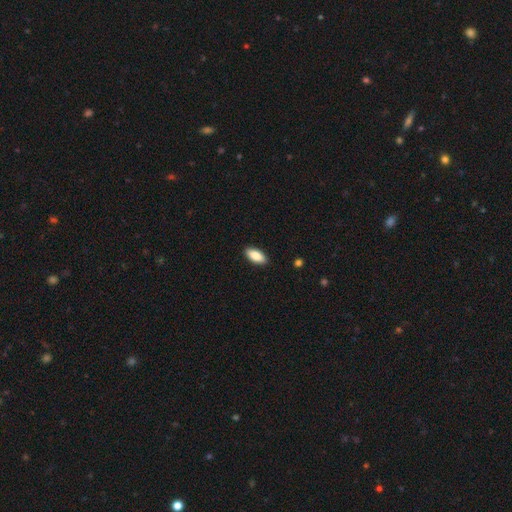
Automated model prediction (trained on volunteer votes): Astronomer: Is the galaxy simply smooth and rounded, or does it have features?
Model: smooth — 87%.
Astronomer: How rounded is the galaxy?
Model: in between — 87%.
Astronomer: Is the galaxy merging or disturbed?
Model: none — 90%.